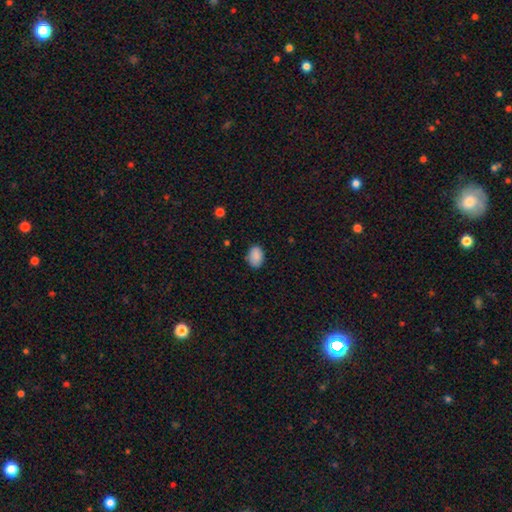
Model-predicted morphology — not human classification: A smooth galaxy with no disk features (87%) that is in between round and cigar-shaped (79%).

Vote fractions:
- Smooth or featured? smooth: 87% / star or artifact: 8% / featured or disk: 5%
- How rounded? in between: 79% / round: 20% / cigar-shaped: 1%
- Merging? none: 79% / minor disturbance: 17% / major disturbance: 3% / merger: 1%